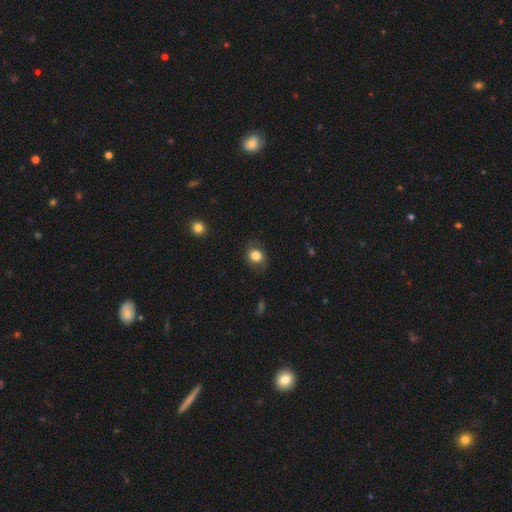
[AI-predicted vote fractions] Morphology: type=smooth (75%); roundness=round (57%); merging=none (73%).